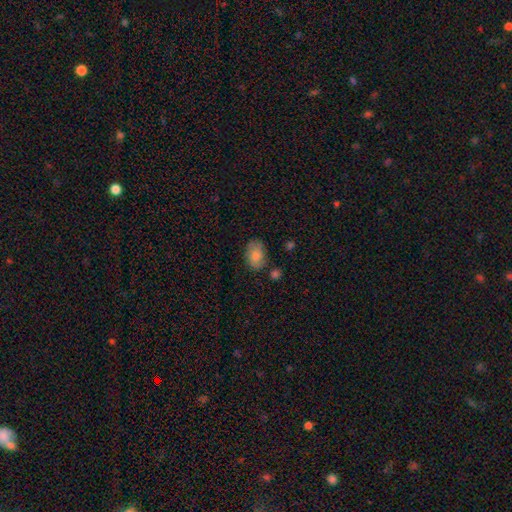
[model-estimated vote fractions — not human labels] A smooth galaxy with no disk features (80%) that is in between round and cigar-shaped (82%).

Vote fractions:
- Smooth or featured? smooth: 80% / featured or disk: 12% / star or artifact: 7%
- How rounded? in between: 82% / round: 17% / cigar-shaped: 1%
- Merging? none: 72% / minor disturbance: 19% / merger: 5% / major disturbance: 5%